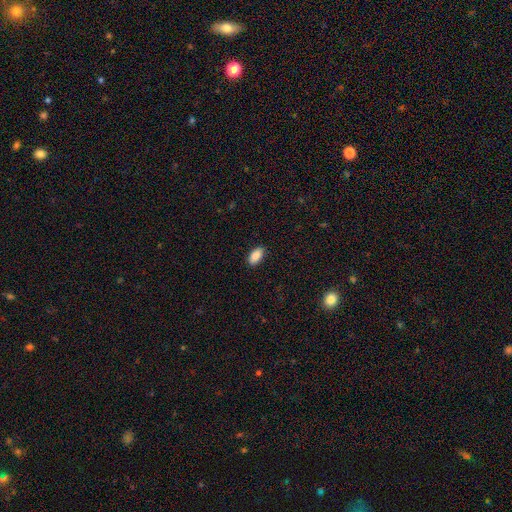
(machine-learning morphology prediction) A smooth galaxy with no disk features (90%) that is in between round and cigar-shaped (93%). Merging: none (88%).